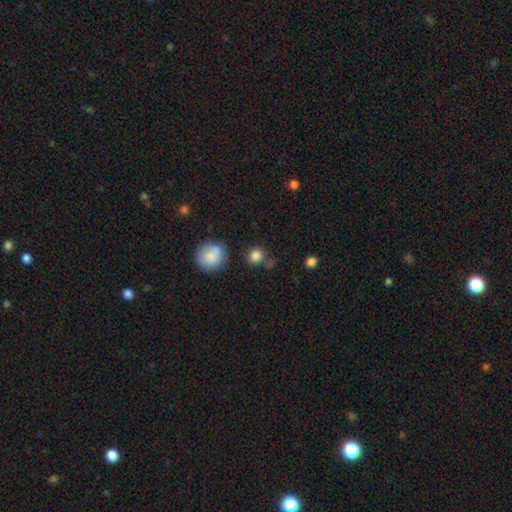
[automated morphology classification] Smooth or featured? Predicted: smooth (p=0.84). How rounded? Predicted: round (p=0.84). Merging? Predicted: none (p=0.75).